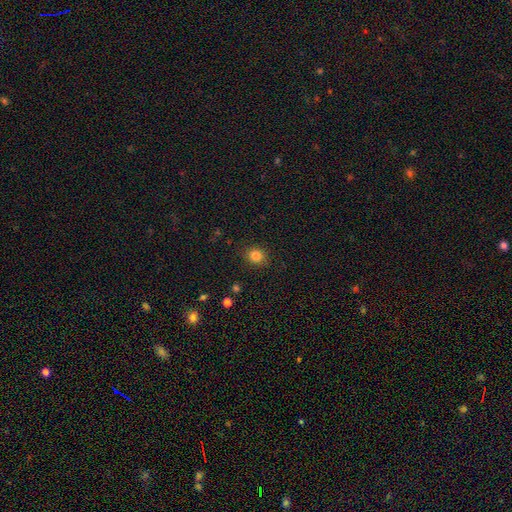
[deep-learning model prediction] A smooth galaxy with no disk features (84%) that is round (82%).

Vote fractions:
- Smooth or featured? smooth: 84% / star or artifact: 12% / featured or disk: 4%
- How rounded? round: 82% / in between: 17% / cigar-shaped: 1%
- Merging? none: 88% / minor disturbance: 8% / major disturbance: 3% / merger: 1%